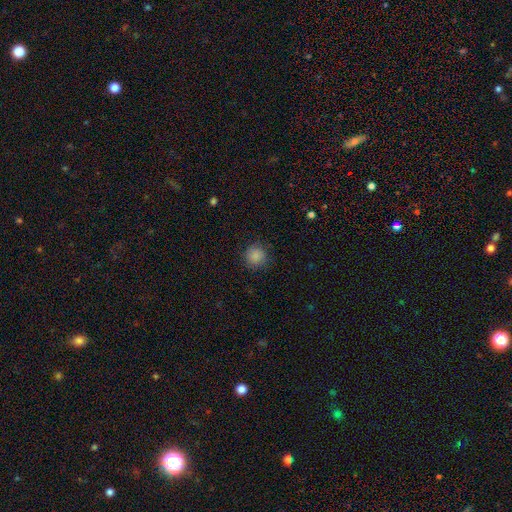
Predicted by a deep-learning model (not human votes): Smooth or featured: smooth — 86% (star or artifact — 10%)
How rounded: round — 92% (in between — 7%)
Merging: none — 84% (minor disturbance — 11%)